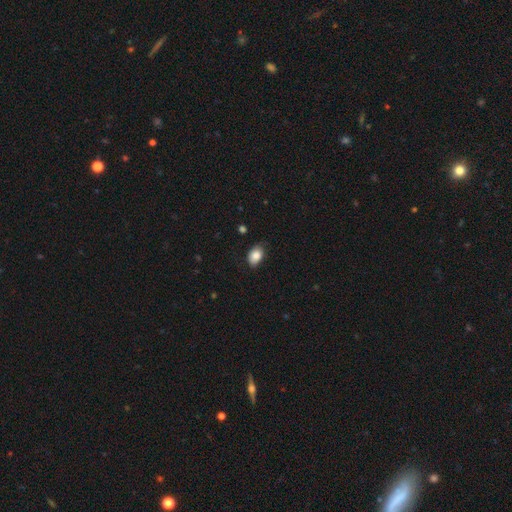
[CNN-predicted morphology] Smooth or featured: smooth — 86% (star or artifact — 8%)
How rounded: in between — 82% (round — 16%)
Merging: none — 74% (minor disturbance — 21%)